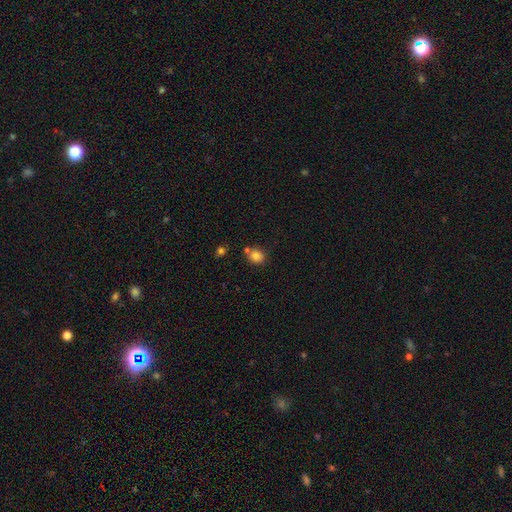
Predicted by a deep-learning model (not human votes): This is clearly a smooth galaxy (83%). How rounded: likely round (75%). Merging: likely none (66%).